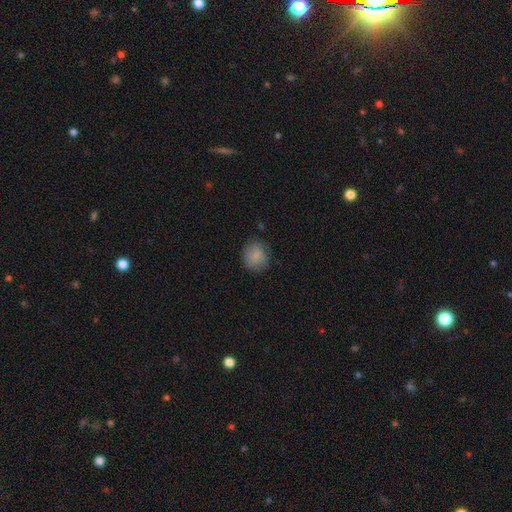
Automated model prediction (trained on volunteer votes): A smooth galaxy with no disk features (84%) that is round (85%).

Vote fractions:
- Smooth or featured? smooth: 84% / star or artifact: 8% / featured or disk: 8%
- How rounded? round: 85% / in between: 14% / cigar-shaped: 1%
- Merging? none: 77% / minor disturbance: 17% / major disturbance: 5% / merger: 1%